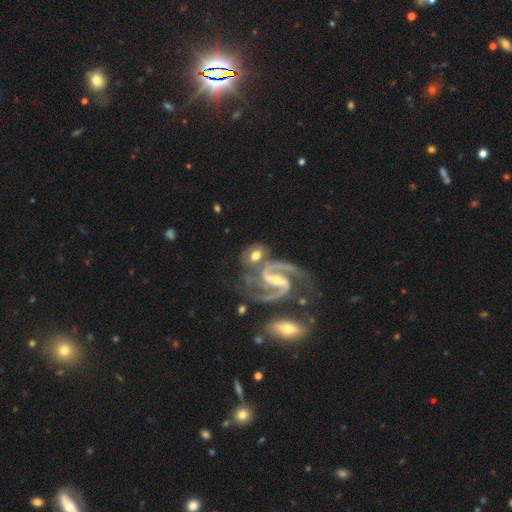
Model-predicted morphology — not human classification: smooth-or-featured: featured or disk: 74% | smooth: 20% | star or artifact: 6%
  disk-edge-on: no: 96% | yes: 4%
    bar: strong: 43% | weak: 37% | no: 20%
    has-spiral-arms: yes: 93% | no: 7%
      spiral-winding: medium: 58% | loose: 24% | tight: 18%
      spiral-arm-count: 2: 90% | can't tell: 3% | 3: 3% | 1: 2% | 4: 1% | more than 4: 1%
    bulge-size: small: 48% | moderate: 40% | large: 7% | none: 3% | dominant: 2%
  merging: none: 48% | merger: 28% | minor disturbance: 15% | major disturbance: 9%